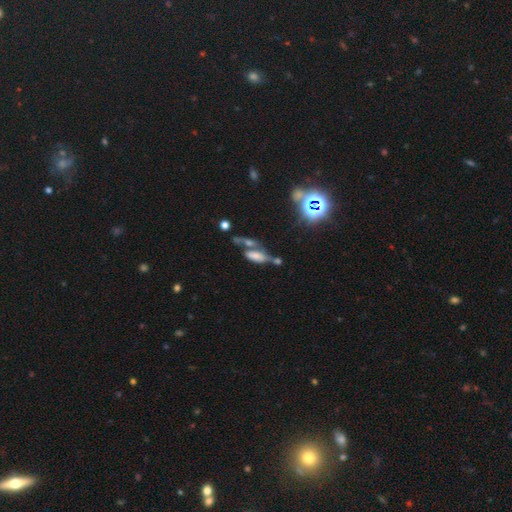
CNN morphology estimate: smooth 45%, featured or disk 37%, star or artifact 18%. Down the decision tree: merging — merger (46%).